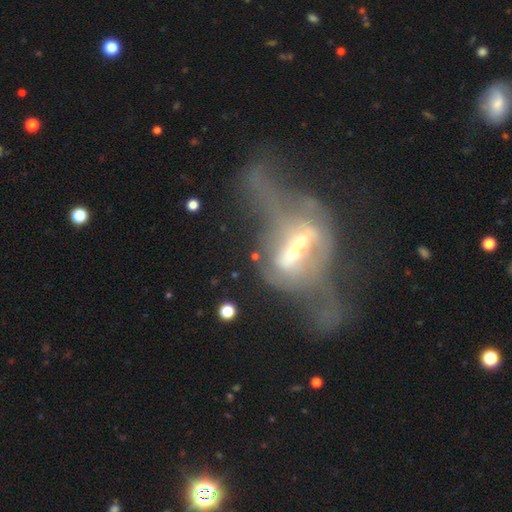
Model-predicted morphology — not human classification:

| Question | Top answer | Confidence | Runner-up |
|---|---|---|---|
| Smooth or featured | featured or disk | 71% | smooth (20%) |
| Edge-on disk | no | 76% | yes (24%) |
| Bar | strong | 64% | weak (21%) |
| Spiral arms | no | 55% | yes (45%) |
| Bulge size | moderate | 39% | small (26%) |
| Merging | major disturbance | 49% | merger (24%) |